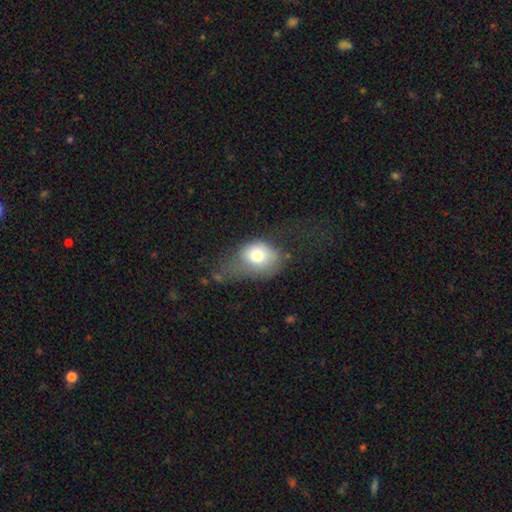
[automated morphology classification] Smooth or featured? Predicted: smooth (p=0.74). How rounded? Predicted: in between (p=0.58). Merging? Predicted: major disturbance (p=0.38).